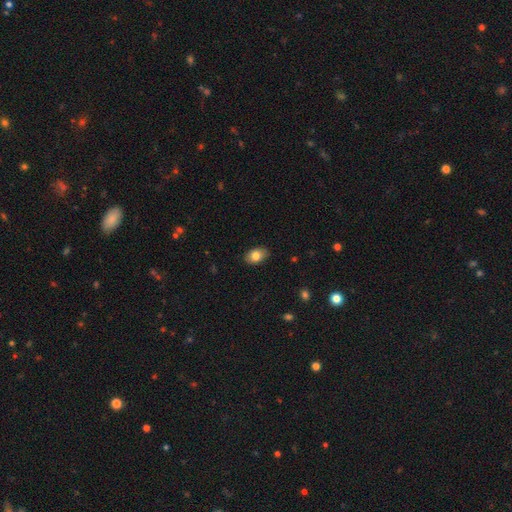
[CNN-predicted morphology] Q: Smooth or featured?
A: smooth (82%); runner-up: featured or disk (10%)
Q: How rounded?
A: in between (85%); runner-up: round (14%)
Q: Merging?
A: none (87%); runner-up: minor disturbance (10%)